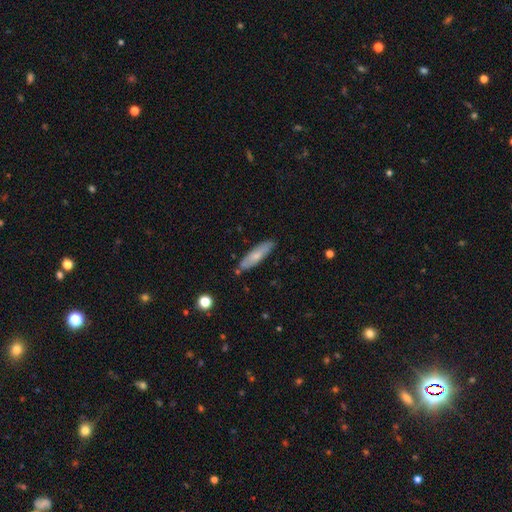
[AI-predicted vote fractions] smooth-or-featured: smooth: 65% | featured or disk: 29% | star or artifact: 6%
  how-rounded: cigar-shaped: 70% | in between: 28% | round: 2%
  merging: none: 82% | minor disturbance: 13% | merger: 3% | major disturbance: 2%